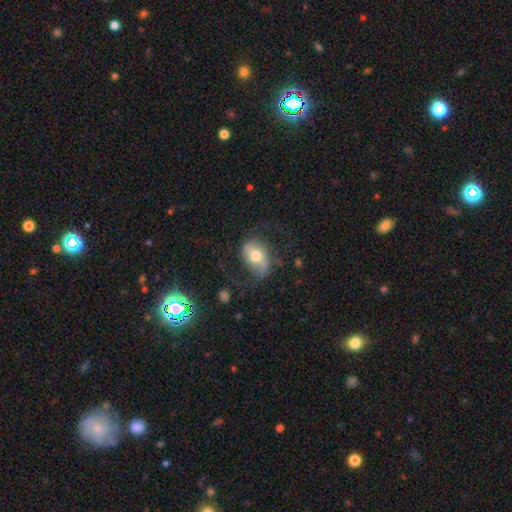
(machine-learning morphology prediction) Smooth or featured? Predicted: featured or disk (p=0.51). Edge-on disk? Predicted: no (p=0.94). Merging? Predicted: none (p=0.56).